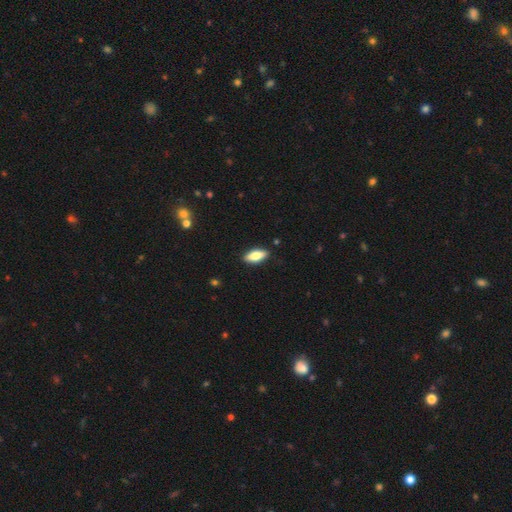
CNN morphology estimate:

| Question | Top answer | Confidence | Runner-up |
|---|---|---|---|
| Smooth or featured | smooth | 75% | featured or disk (19%) |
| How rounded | in between | 74% | cigar-shaped (23%) |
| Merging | none | 88% | minor disturbance (9%) |